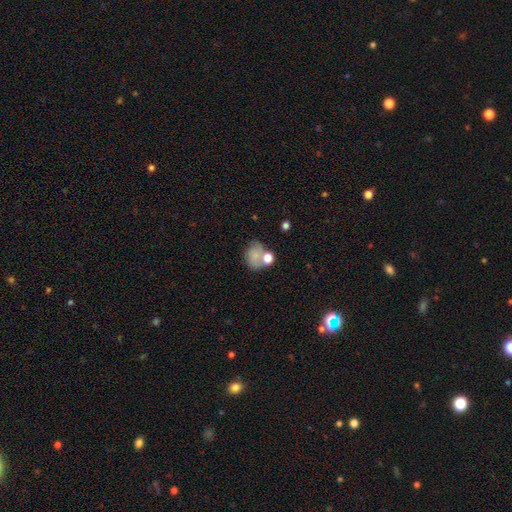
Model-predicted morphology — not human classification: A smooth galaxy with no disk features (72%) that is in between round and cigar-shaped (52%). Merging: none (41%).